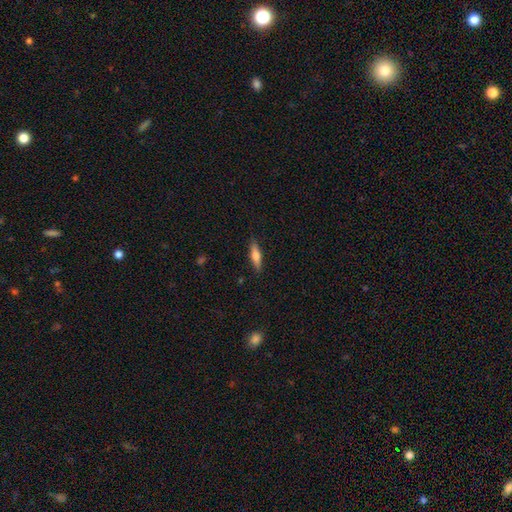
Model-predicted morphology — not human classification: A smooth galaxy with no disk features (60%) that is cigar-shaped (69%). Merging: none (87%).